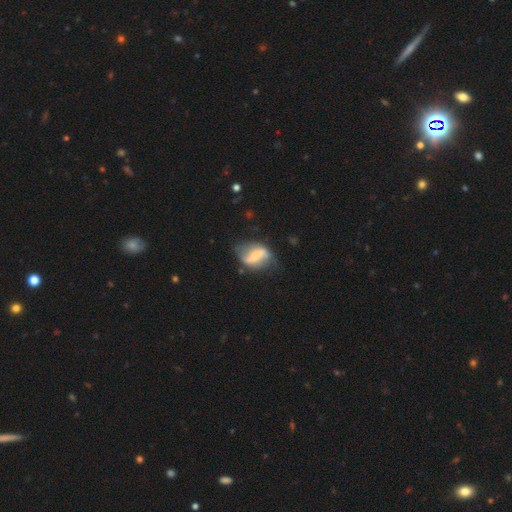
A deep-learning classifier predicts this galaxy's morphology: A featured or disk galaxy (65%) with a strong bar (63%), spiral arms (68%) and no central bulge (40%). Merging: none (57%).